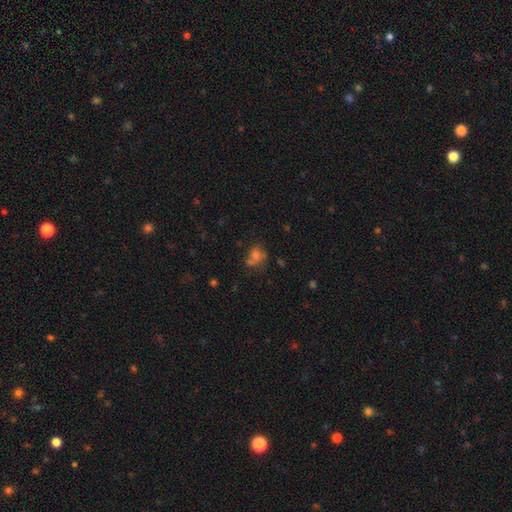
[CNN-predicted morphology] Smooth or featured? smooth (56%)
How rounded? round (61%)
Merging? none (45%)